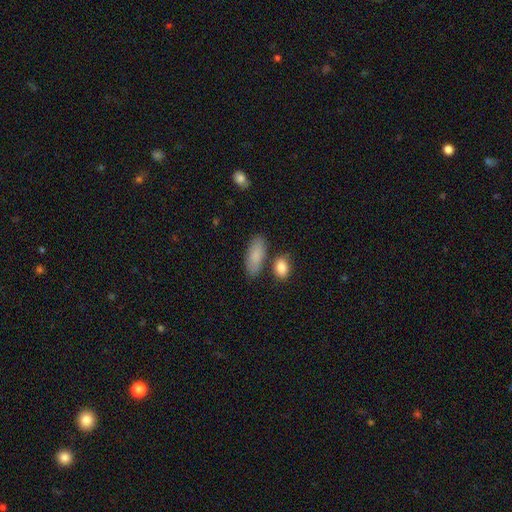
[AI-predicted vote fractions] This is clearly a smooth galaxy (84%). How rounded: likely in between (79%). Merging: likely none (73%).